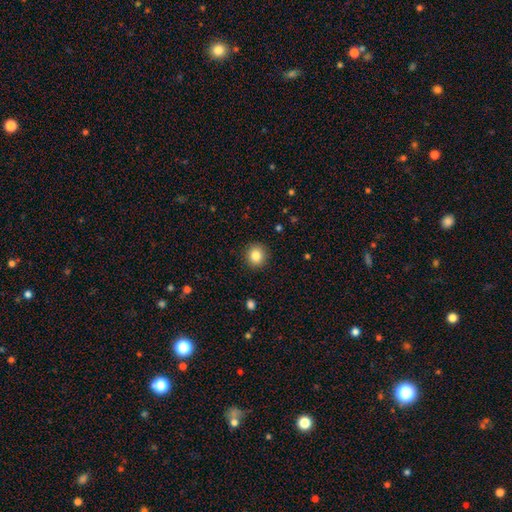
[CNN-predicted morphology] Smooth or featured?
  - smooth: 84% *
  - star or artifact: 10%
  - featured or disk: 6%
How rounded?
  - round: 90% *
  - in between: 9%
  - cigar-shaped: 1%
Merging?
  - none: 91% *
  - minor disturbance: 6%
  - major disturbance: 2%
  - merger: 1%